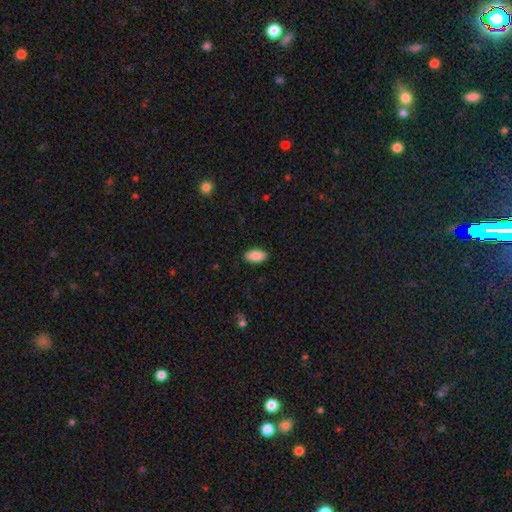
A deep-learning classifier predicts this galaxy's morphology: Smooth or featured? smooth (87%)
How rounded? in between (95%)
Merging? none (89%)